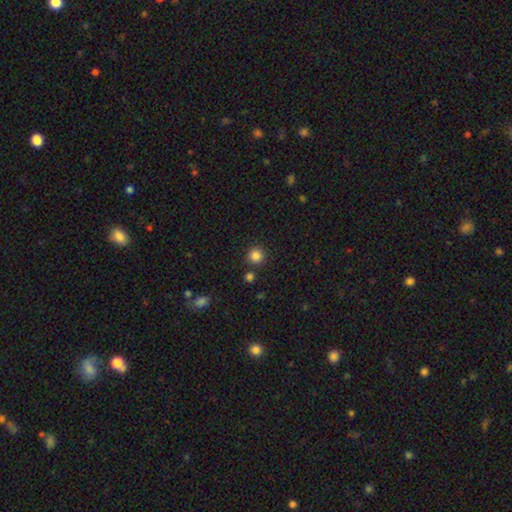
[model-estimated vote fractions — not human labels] Q: Smooth or featured?
A: smooth (85%); runner-up: star or artifact (12%)
Q: How rounded?
A: round (94%); runner-up: in between (5%)
Q: Merging?
A: none (86%); runner-up: minor disturbance (6%)